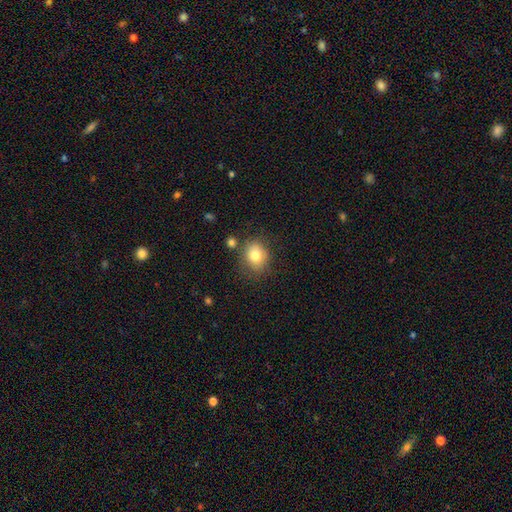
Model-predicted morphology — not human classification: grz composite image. It shows a smooth galaxy with no disk features (80%) that is round (61%). Merging: none (74%).